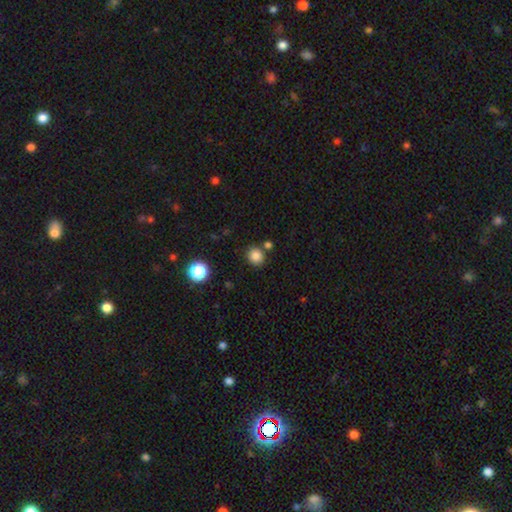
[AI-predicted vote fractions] Smooth or featured: smooth — 84% (star or artifact — 12%)
How rounded: round — 86% (in between — 14%)
Merging: none — 79% (merger — 10%)